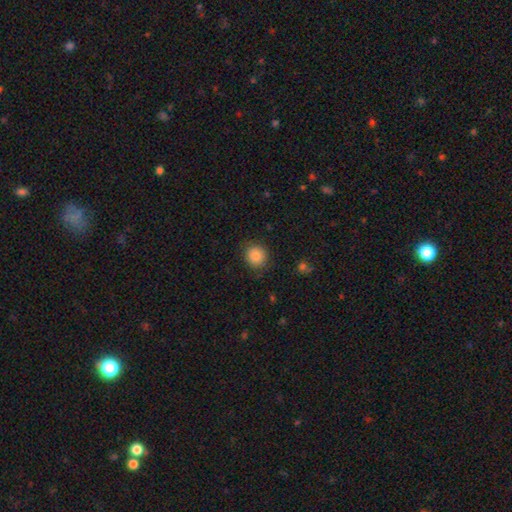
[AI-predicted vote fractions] Smooth or featured: smooth — 85% (star or artifact — 9%)
How rounded: round — 85% (in between — 14%)
Merging: none — 84% (minor disturbance — 12%)